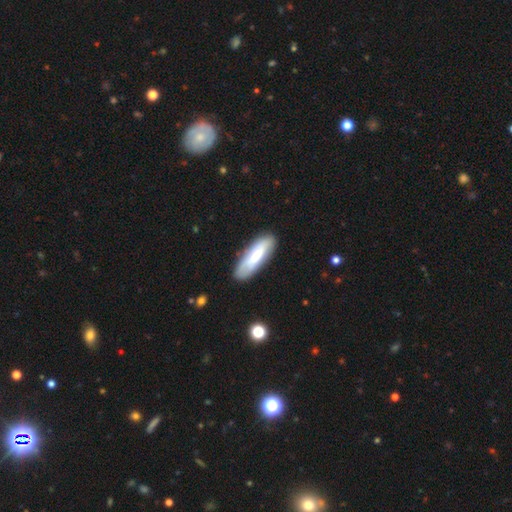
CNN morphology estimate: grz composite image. It shows a smooth galaxy with no disk features (68%) that is in between round and cigar-shaped (50%). Merging: none (82%).